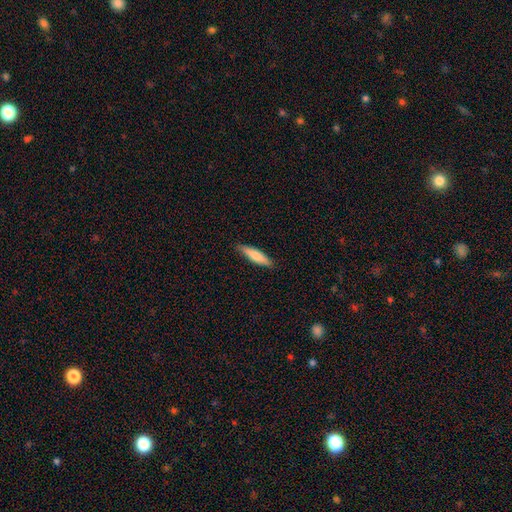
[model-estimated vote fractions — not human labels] Morphology: type=smooth (79%); roundness=cigar-shaped (75%); merging=none (87%).